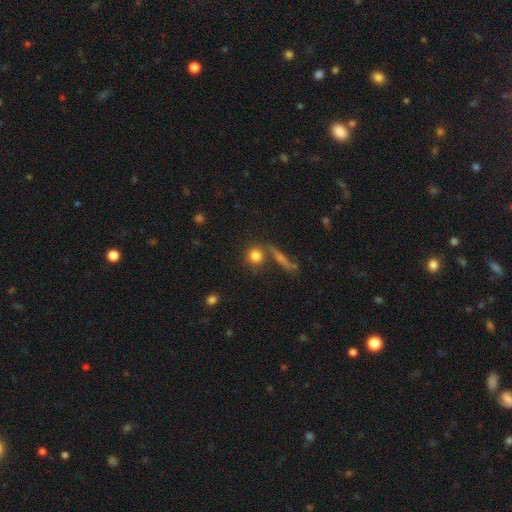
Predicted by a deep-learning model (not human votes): A smooth galaxy with no disk features (79%) that is round (86%). Merging: none (68%).